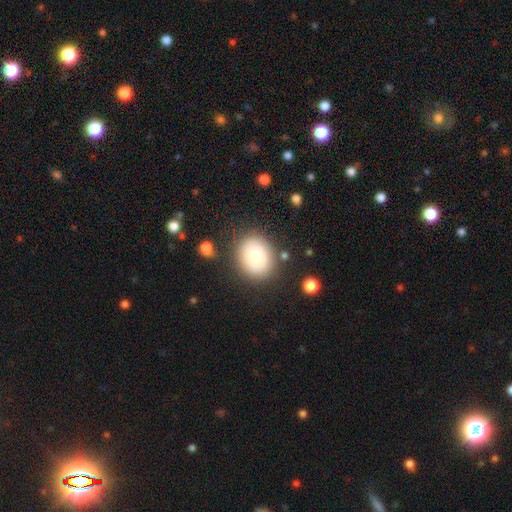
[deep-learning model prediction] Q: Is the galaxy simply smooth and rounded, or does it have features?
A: smooth — 78%.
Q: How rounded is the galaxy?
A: round — 61%.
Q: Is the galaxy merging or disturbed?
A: none — 80%.